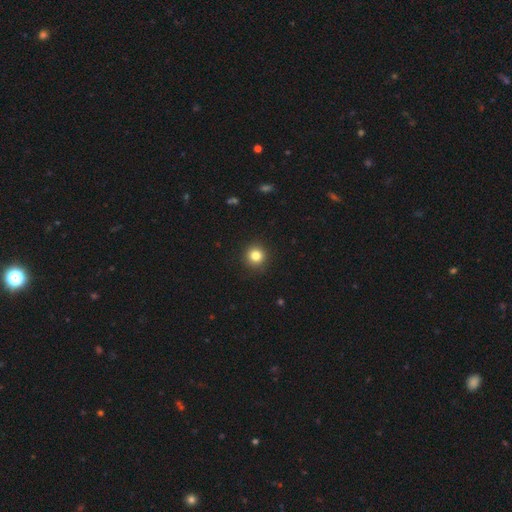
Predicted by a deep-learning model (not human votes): Smooth or featured?
  - smooth: 82% *
  - star or artifact: 12%
  - featured or disk: 6%
How rounded?
  - round: 94% *
  - in between: 5%
  - cigar-shaped: 1%
Merging?
  - none: 92% *
  - minor disturbance: 5%
  - major disturbance: 2%
  - merger: 1%